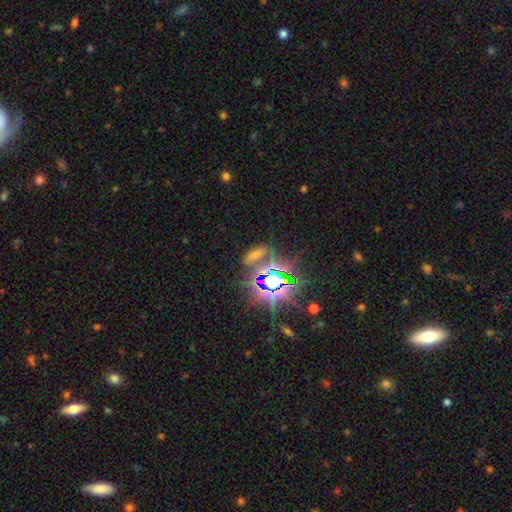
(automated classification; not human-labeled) Smooth or featured: star or artifact — 63% (smooth — 23%)